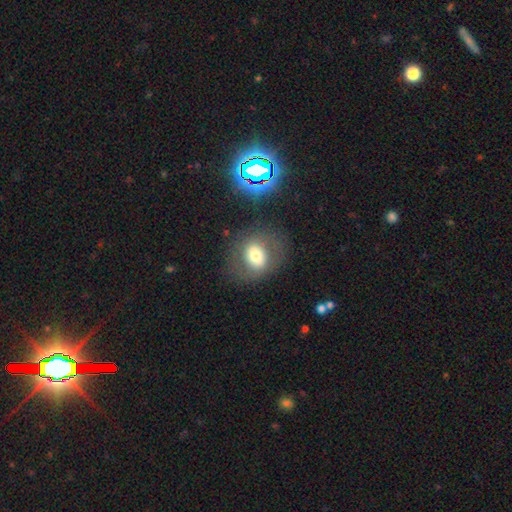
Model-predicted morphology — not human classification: Overall: smooth (55%; featured or disk 33%). How rounded: round (56%; in between 43%). Merging: none (74%).